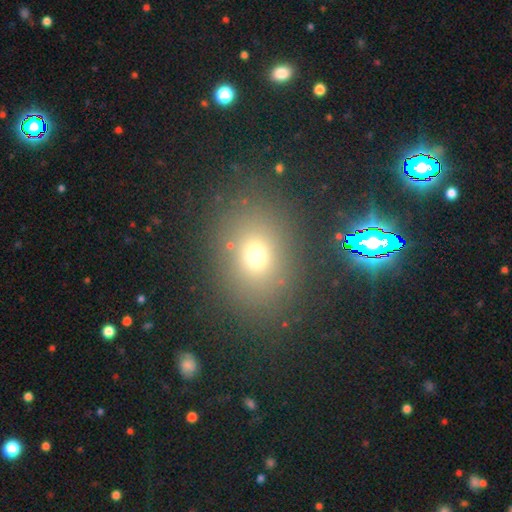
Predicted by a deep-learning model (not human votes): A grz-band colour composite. It shows a smooth galaxy with no disk features (68%) that is round (50%). Merging: none (81%).